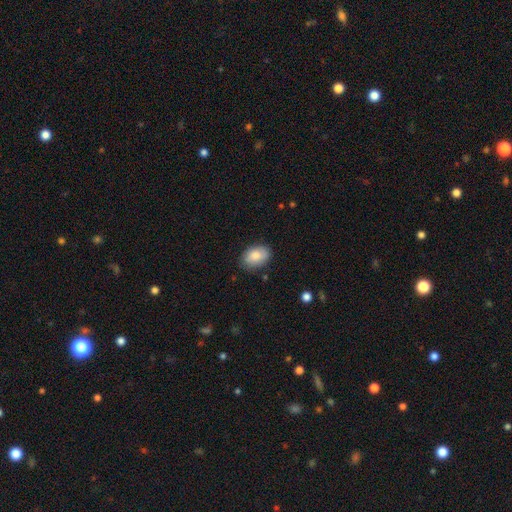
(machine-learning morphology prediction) Overall: smooth (82%). How rounded: in between (84%). Merging: none (80%).